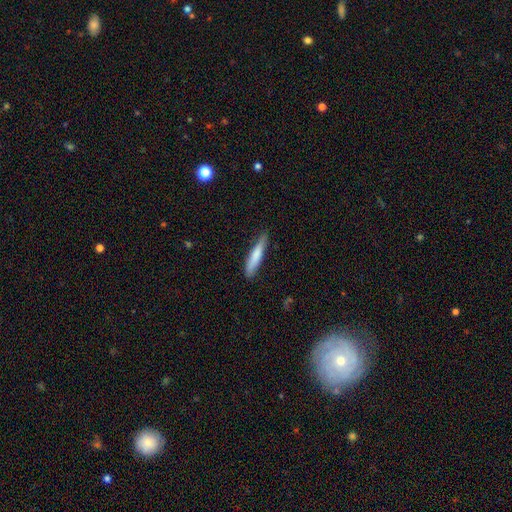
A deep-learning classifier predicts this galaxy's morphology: Smooth or featured? smooth (77%)
How rounded? cigar-shaped (88%)
Merging? none (74%)